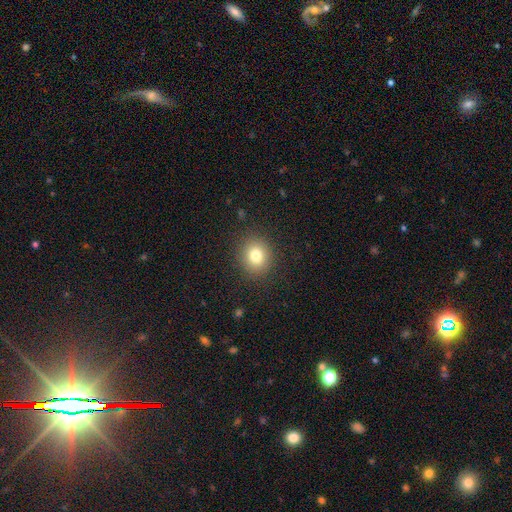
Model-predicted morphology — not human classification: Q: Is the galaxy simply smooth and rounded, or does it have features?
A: smooth — 79%.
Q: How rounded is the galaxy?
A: round — 79%.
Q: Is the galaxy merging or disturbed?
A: none — 89%.